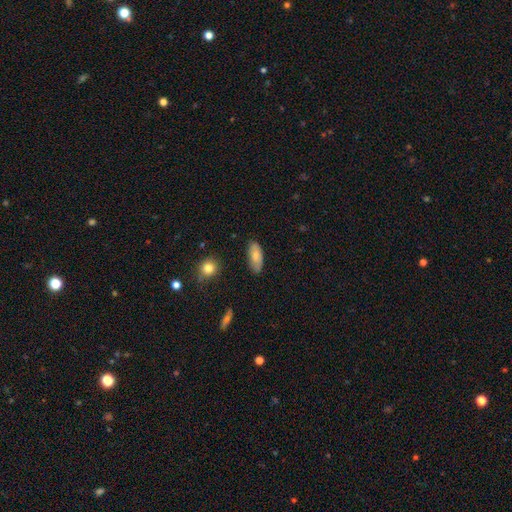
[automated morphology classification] smooth_or_featured: smooth (p=0.78) [alt: featured or disk p=0.16]
how_rounded: in between (p=0.88) [alt: cigar-shaped p=0.10]
merging: none (p=0.80) [alt: minor disturbance p=0.16]